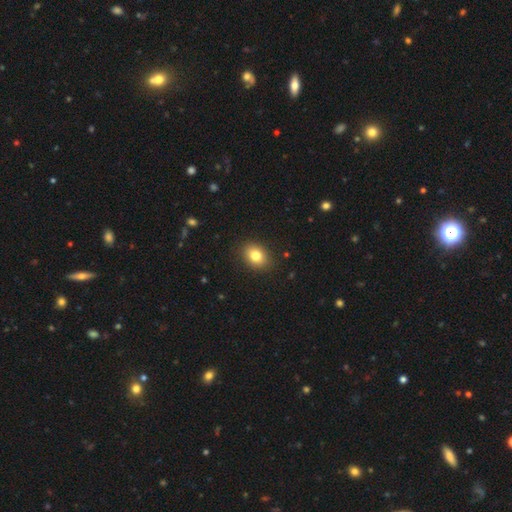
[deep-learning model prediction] smooth_or_featured: smooth (p=0.81) [alt: star or artifact p=0.10]
how_rounded: in between (p=0.61) [alt: round p=0.38]
merging: none (p=0.89) [alt: minor disturbance p=0.08]